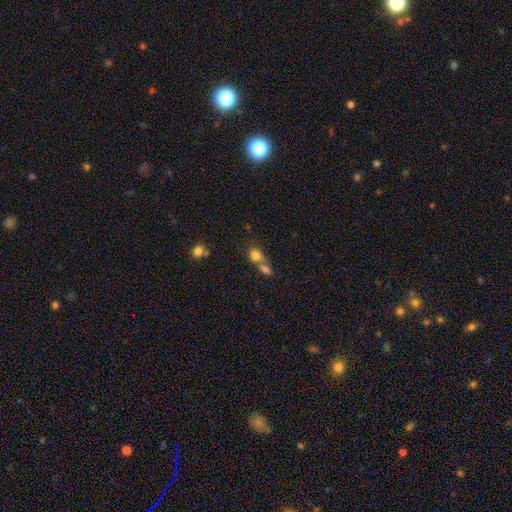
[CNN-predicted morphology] smooth 80%, star or artifact 11%, featured or disk 9%. Down the decision tree: how rounded — round (62%); merging — merger (55%).